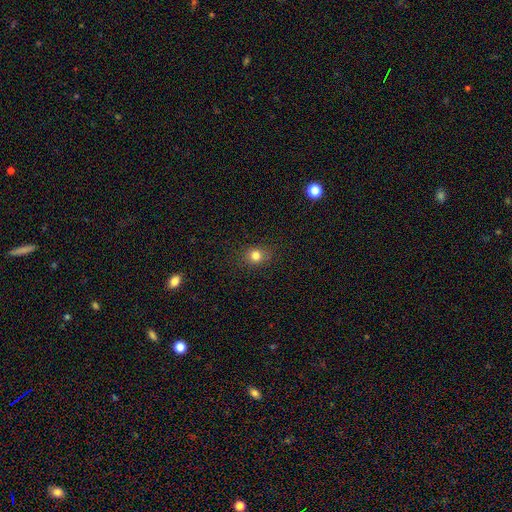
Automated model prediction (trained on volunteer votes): A smooth galaxy with no disk features (80%) that is round (72%).

Vote fractions:
- Smooth or featured? smooth: 80% / star or artifact: 14% / featured or disk: 7%
- How rounded? round: 72% / in between: 27% / cigar-shaped: 1%
- Merging? none: 86% / minor disturbance: 10% / major disturbance: 3% / merger: 1%